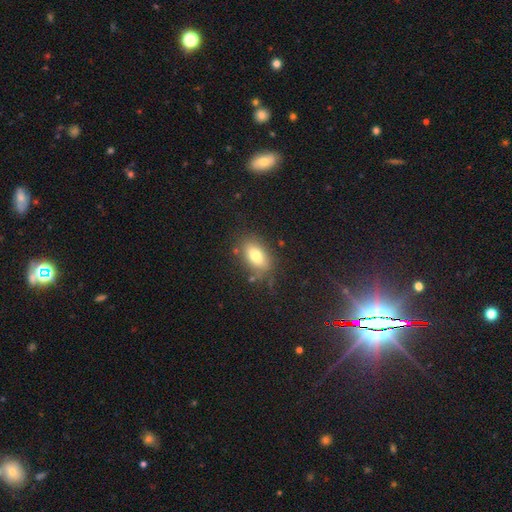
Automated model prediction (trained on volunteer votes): Smooth or featured? Predicted: smooth (p=0.78). How rounded? Predicted: in between (p=0.88). Merging? Predicted: none (p=0.77).